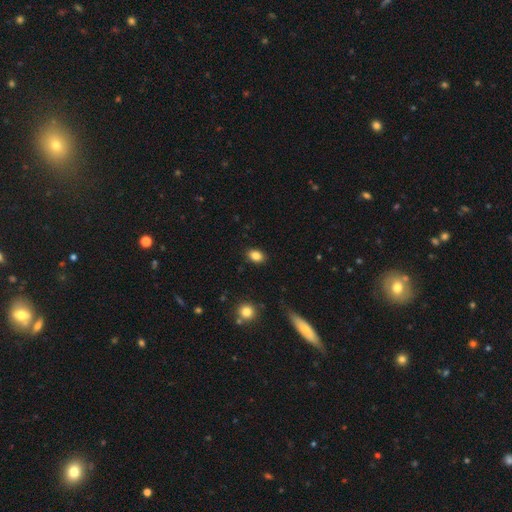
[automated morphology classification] smooth 86%, star or artifact 9%, featured or disk 5%. Down the decision tree: how rounded — in between (76%); merging — none (88%).